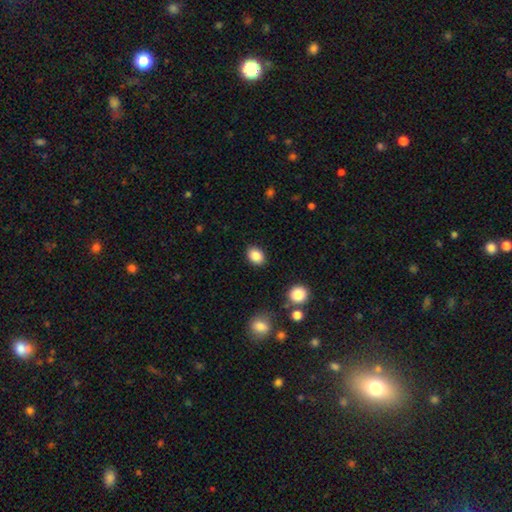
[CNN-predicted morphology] A smooth galaxy with no disk features (87%) that is in between round and cigar-shaped (71%).

Vote fractions:
- Smooth or featured? smooth: 87% / star or artifact: 9% / featured or disk: 5%
- How rounded? in between: 71% / round: 28% / cigar-shaped: 1%
- Merging? none: 88% / minor disturbance: 8% / major disturbance: 2% / merger: 2%